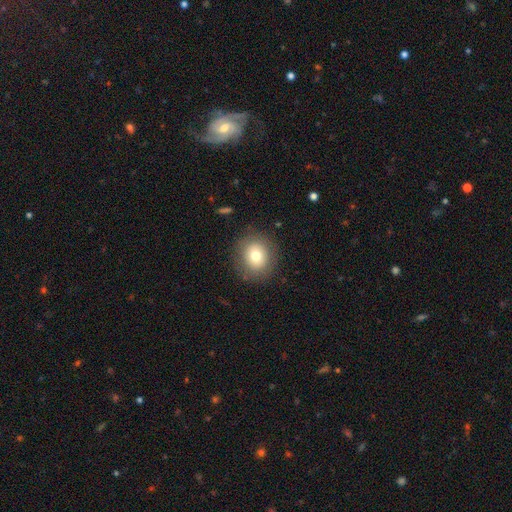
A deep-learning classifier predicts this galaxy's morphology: smooth 74%, featured or disk 16%, star or artifact 11%. Down the decision tree: how rounded — round (81%); merging — none (86%).